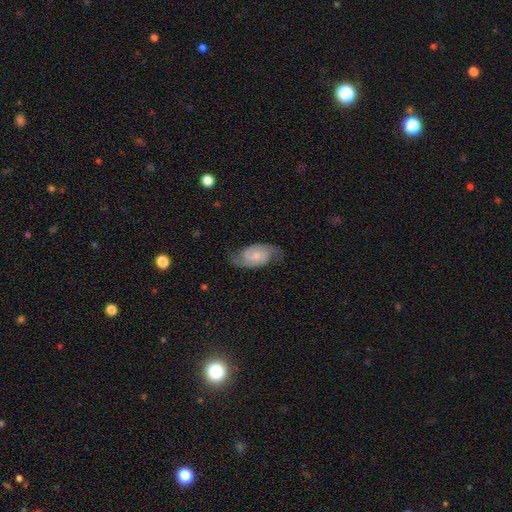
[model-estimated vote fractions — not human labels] Morphology: type=featured or disk (84%); edge-on=no (97%); bar=no (58%); spiral arms=yes (97%); winding=medium (50%); arm count=2 (91%); bulge=small (46%); merging=none (75%).